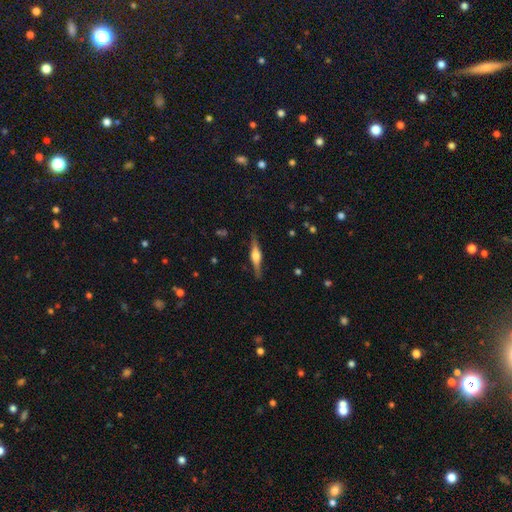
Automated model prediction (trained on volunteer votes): Morphology: type=featured or disk (75%); edge-on=yes (97%); edge-on bulge=rounded (86%); merging=none (87%).